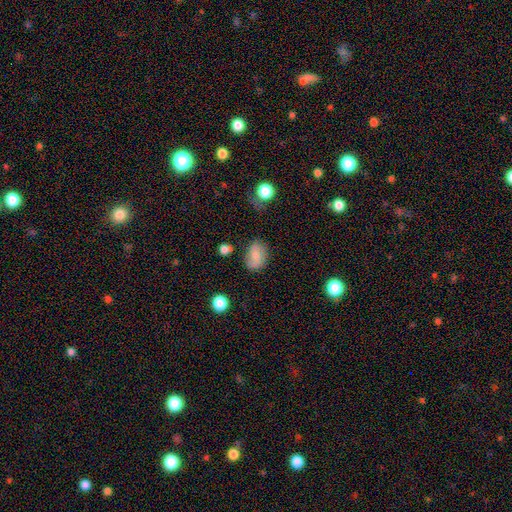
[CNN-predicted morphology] The model was most divided on "merging": none: 72%, minor disturbance: 19%, major disturbance: 5%, merger: 3%. More confident: how rounded — in between (80%); smooth or featured — smooth (73%).